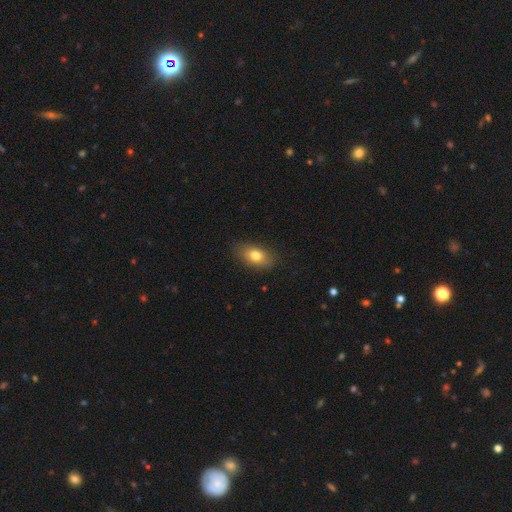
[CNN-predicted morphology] Smooth or featured: smooth — 77% (featured or disk — 15%)
How rounded: in between — 85% (round — 11%)
Merging: none — 84% (minor disturbance — 12%)